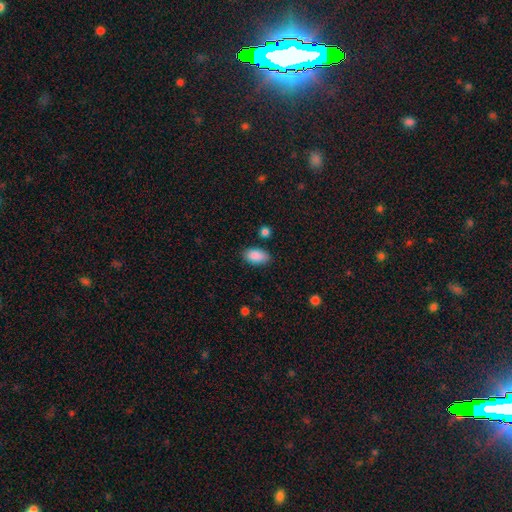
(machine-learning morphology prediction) type=smooth (89%); roundness=in between (93%); merging=none (81%).